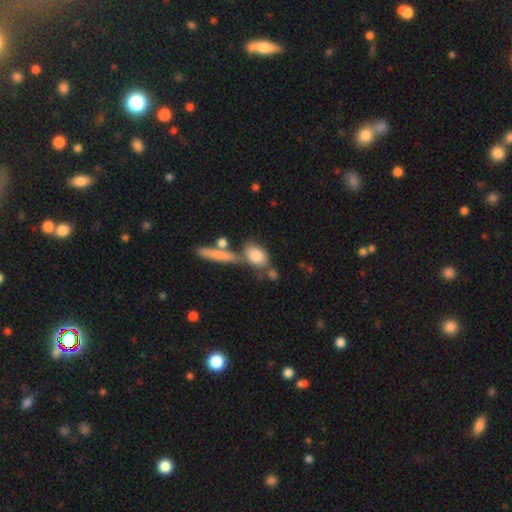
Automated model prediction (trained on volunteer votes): Q: Smooth or featured?
A: smooth (78%); runner-up: featured or disk (15%)
Q: How rounded?
A: in between (70%); runner-up: round (16%)
Q: Merging?
A: none (46%); runner-up: merger (30%)